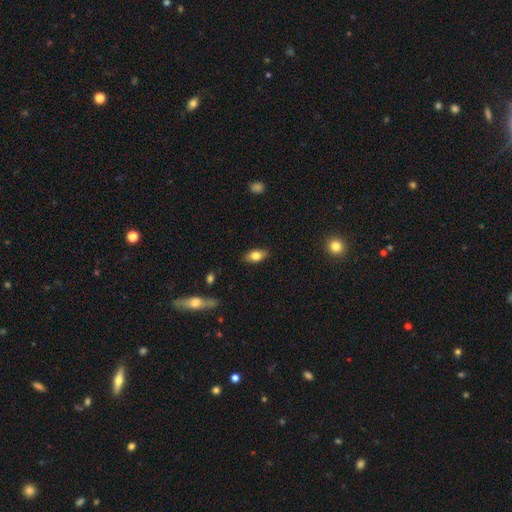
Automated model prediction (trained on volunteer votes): smooth_or_featured: smooth (p=0.75) [alt: featured or disk p=0.17]
how_rounded: in between (p=0.86) [alt: cigar-shaped p=0.08]
merging: none (p=0.86) [alt: minor disturbance p=0.11]